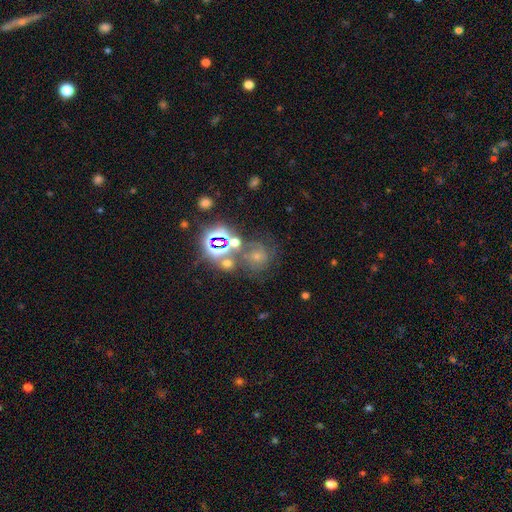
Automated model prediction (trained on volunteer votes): A star or artifact, not a galaxy (41%).

Vote fractions:
- Smooth or featured? star or artifact: 41% / smooth: 31% / featured or disk: 28%